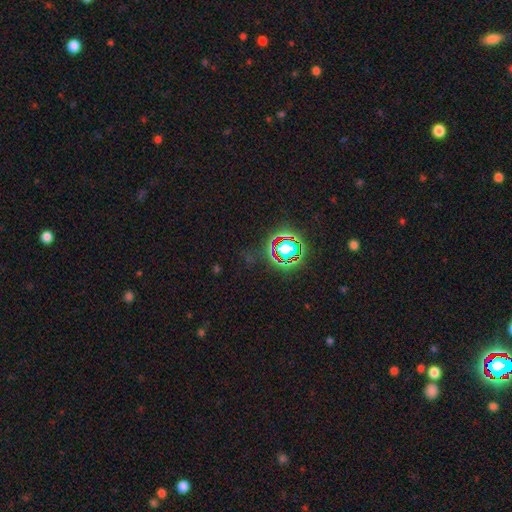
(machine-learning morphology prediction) A star or artifact, not a galaxy (79%).